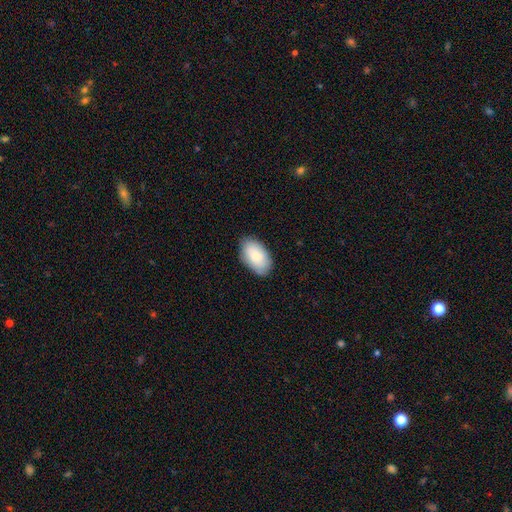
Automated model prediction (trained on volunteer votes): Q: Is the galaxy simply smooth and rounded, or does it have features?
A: smooth — 82%.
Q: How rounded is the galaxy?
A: in between — 95%.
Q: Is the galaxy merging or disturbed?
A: none — 82%.